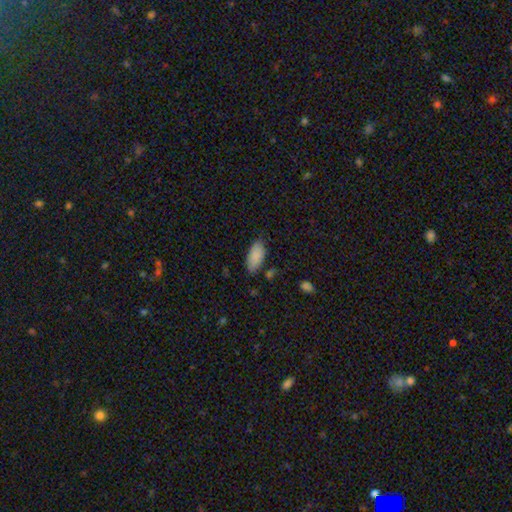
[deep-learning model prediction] This appears to be a smooth galaxy with no disk features (87%) that is in between round and cigar-shaped (92%). Merging: none (75%).